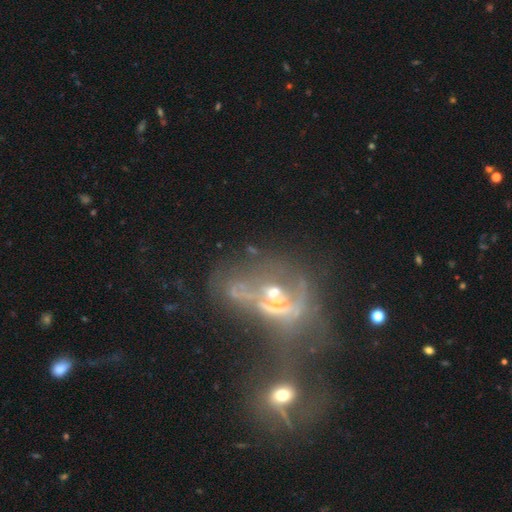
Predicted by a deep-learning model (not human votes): Smooth or featured? Predicted: featured or disk (p=0.58). Edge-on disk? Predicted: no (p=0.92). Bar? Predicted: no (p=0.76). Spiral arms? Predicted: no (p=0.73). Bulge size? Predicted: moderate (p=0.36). Merging? Predicted: merger (p=0.55).